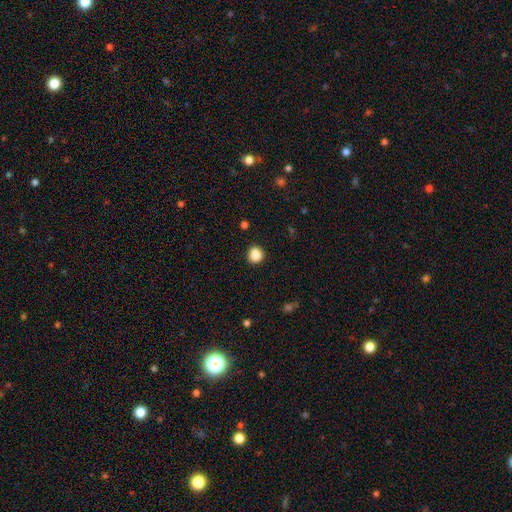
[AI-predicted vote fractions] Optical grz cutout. It shows a smooth galaxy with no disk features (87%) that is round (85%). Merging: none (87%).